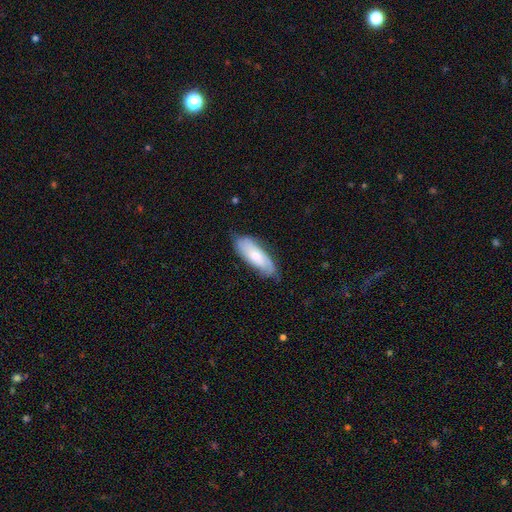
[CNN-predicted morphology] type=smooth (58%); roundness=in between (67%); merging=none (72%).